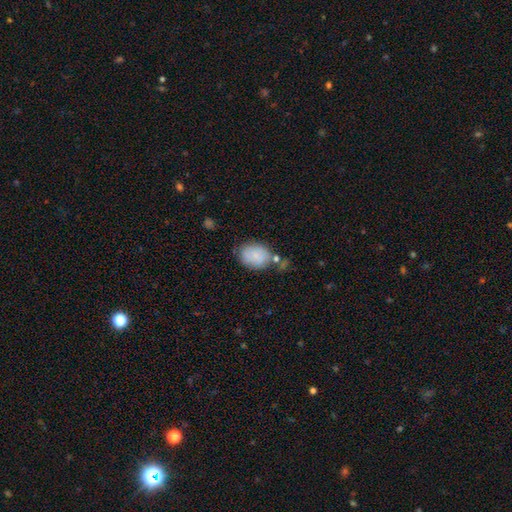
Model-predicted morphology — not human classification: type=smooth (82%); roundness=in between (67%); merging=none (58%).